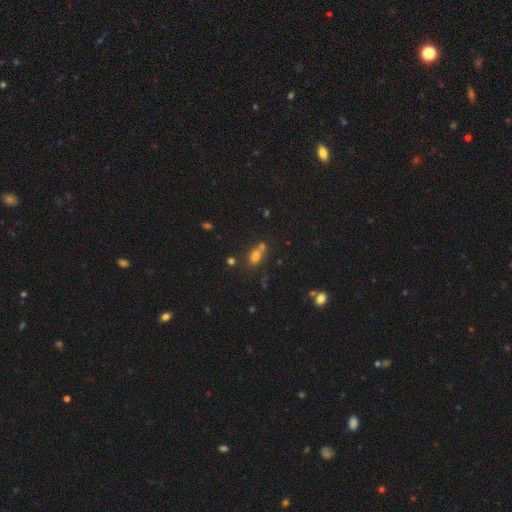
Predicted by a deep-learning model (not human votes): smooth_or_featured: smooth (p=0.70) [alt: star or artifact p=0.16]
how_rounded: in between (p=0.66) [alt: round p=0.29]
merging: none (p=0.43) [alt: merger p=0.39]